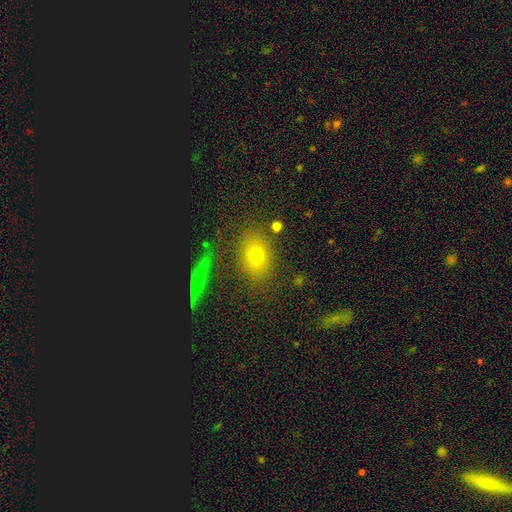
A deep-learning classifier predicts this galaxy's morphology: This appears to be a smooth galaxy with no disk features (72%) that is in between round and cigar-shaped (54%). Merging: none (77%).